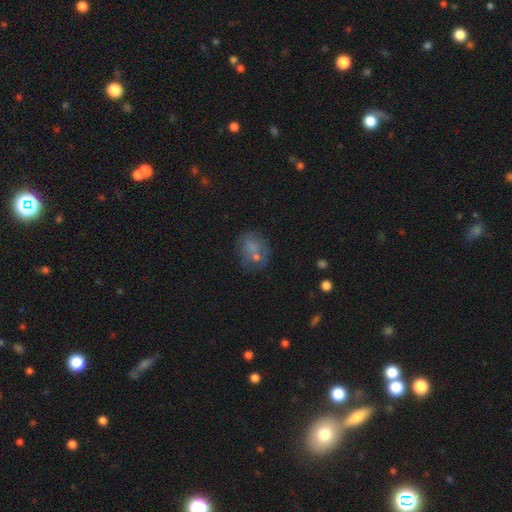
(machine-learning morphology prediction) Smooth or featured: smooth — 56% (featured or disk — 24%)
How rounded: round — 55% (in between — 43%)
Merging: none — 59% (merger — 17%)